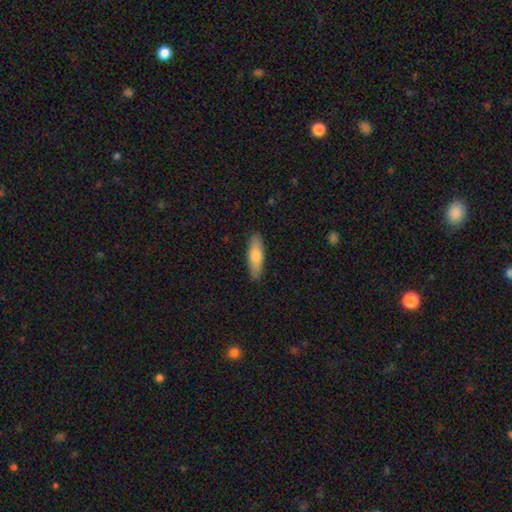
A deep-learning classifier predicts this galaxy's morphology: Smooth or featured? smooth (74%)
How rounded? in between (50%)
Merging? none (87%)